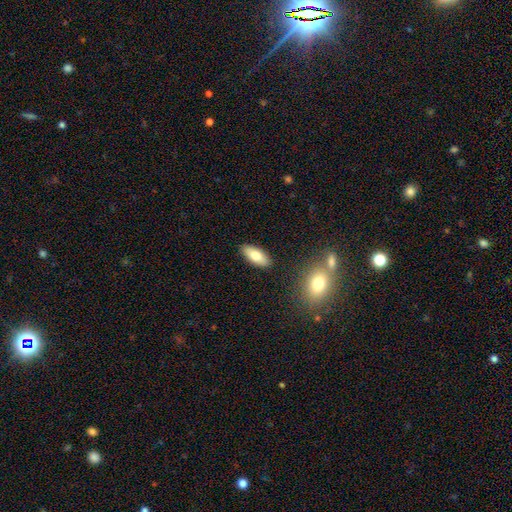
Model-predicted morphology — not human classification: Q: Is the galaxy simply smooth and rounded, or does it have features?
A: smooth — 77%.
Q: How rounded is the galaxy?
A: in between — 84%.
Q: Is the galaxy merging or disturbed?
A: none — 88%.